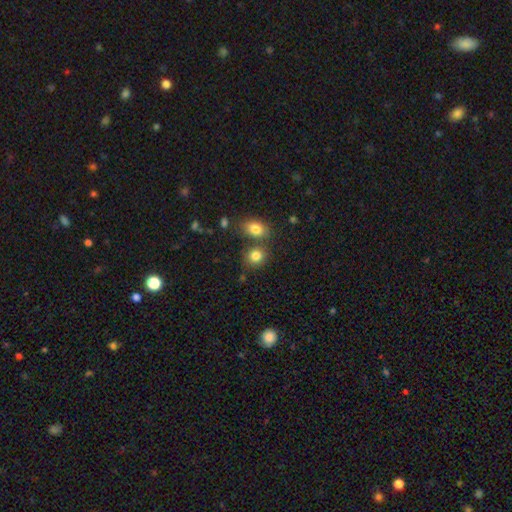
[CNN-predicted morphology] Overall: smooth (82%). How rounded: round (69%; in between 30%). Merging: none (65%).